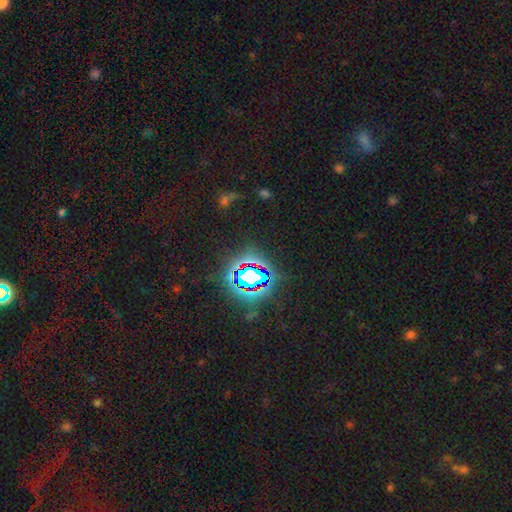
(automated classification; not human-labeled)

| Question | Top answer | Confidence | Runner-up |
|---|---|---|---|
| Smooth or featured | star or artifact | 79% | smooth (14%) |